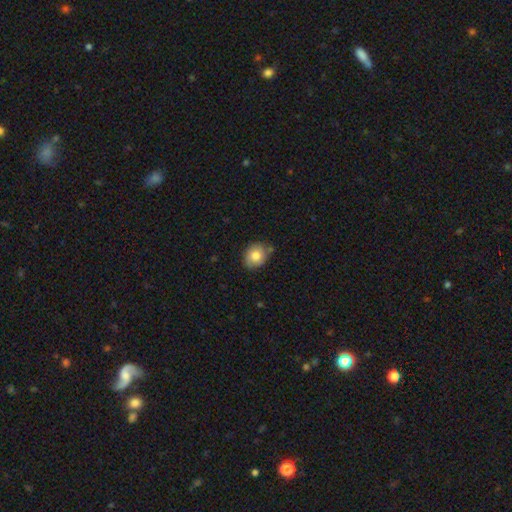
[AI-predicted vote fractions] smooth-or-featured: smooth: 80% | featured or disk: 12% | star or artifact: 8%
  how-rounded: round: 50% | in between: 49% | cigar-shaped: 1%
  merging: none: 73% | minor disturbance: 20% | major disturbance: 3% | merger: 3%